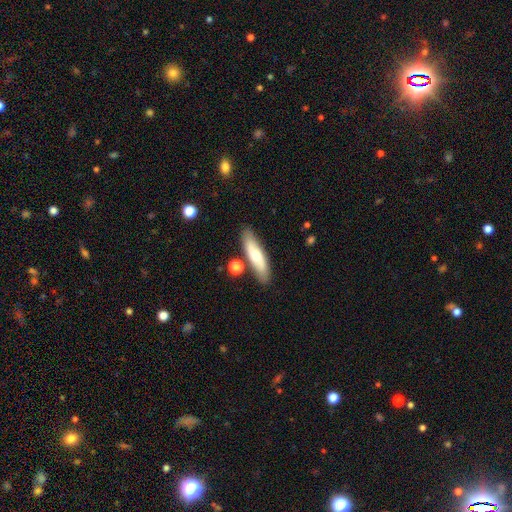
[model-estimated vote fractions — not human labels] smooth 60%, featured or disk 34%, star or artifact 6%. Down the decision tree: how rounded — cigar-shaped (62%); merging — none (81%).